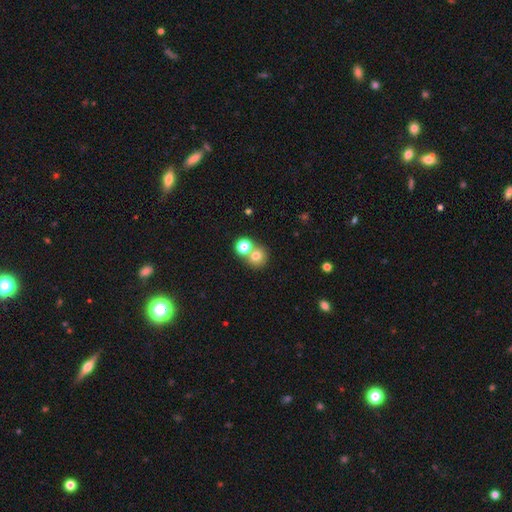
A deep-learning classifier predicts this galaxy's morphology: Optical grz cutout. It shows a smooth galaxy with no disk features (74%) that is round (86%). Merging: none (49%).